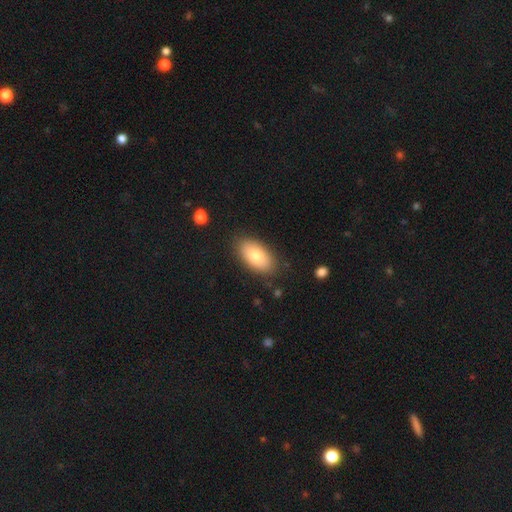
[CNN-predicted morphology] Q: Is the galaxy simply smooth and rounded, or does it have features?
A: smooth — 80%.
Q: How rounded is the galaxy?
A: in between — 94%.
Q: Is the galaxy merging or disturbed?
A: none — 85%.